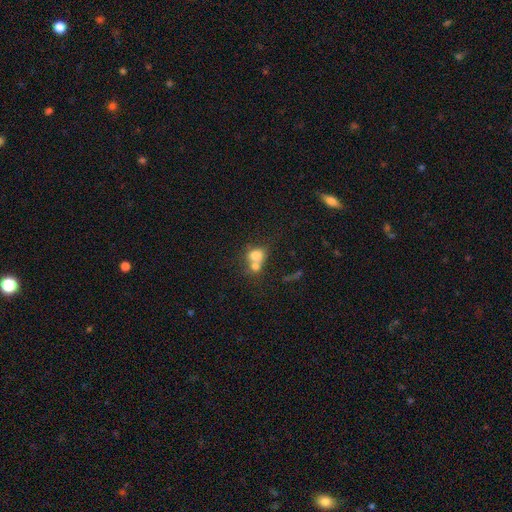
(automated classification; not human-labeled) Overall: smooth (71%). How rounded: round (56%; in between 42%). Merging: merger (62%; none 25%).